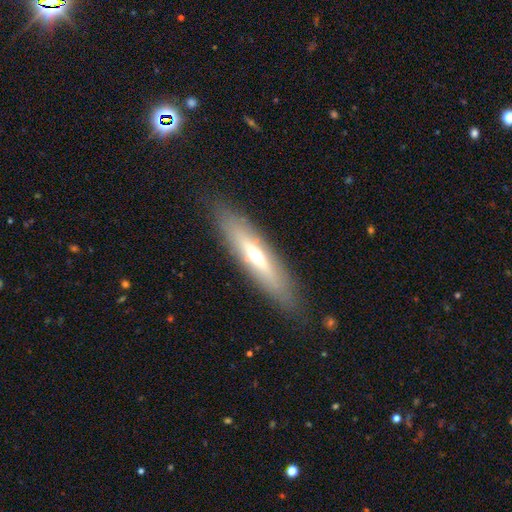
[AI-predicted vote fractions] Q: Smooth or featured?
A: featured or disk (54%); runner-up: smooth (39%)
Q: Edge-on disk?
A: yes (76%); runner-up: no (24%)
Q: Merging?
A: none (86%); runner-up: minor disturbance (10%)